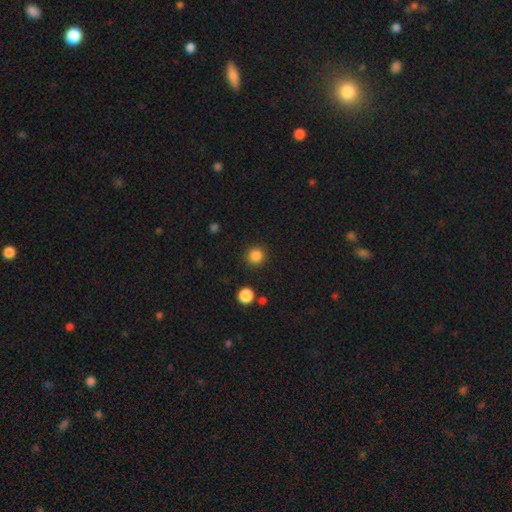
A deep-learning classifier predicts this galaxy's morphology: Smooth or featured: smooth — 86% (star or artifact — 11%)
How rounded: round — 94% (in between — 5%)
Merging: none — 90% (minor disturbance — 6%)